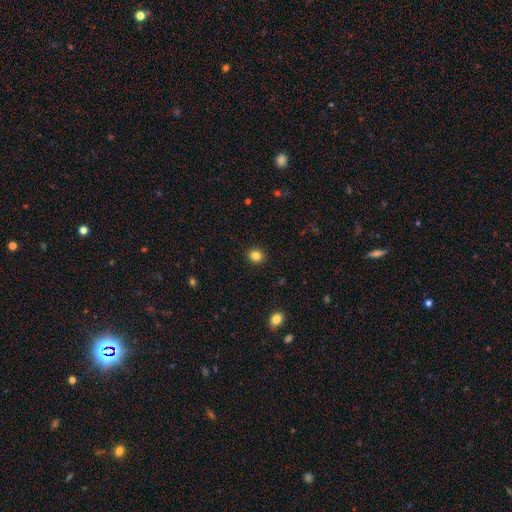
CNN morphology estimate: A smooth galaxy with no disk features (83%) that is round (76%).

Vote fractions:
- Smooth or featured? smooth: 83% / star or artifact: 12% / featured or disk: 5%
- How rounded? round: 76% / in between: 23% / cigar-shaped: 1%
- Merging? none: 91% / minor disturbance: 6% / major disturbance: 2% / merger: 1%